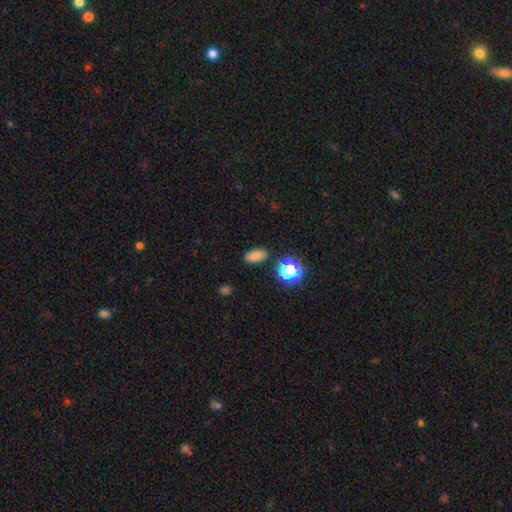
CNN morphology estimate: Smooth or featured? Predicted: smooth (p=0.78). How rounded? Predicted: in between (p=0.87). Merging? Predicted: none (p=0.85).